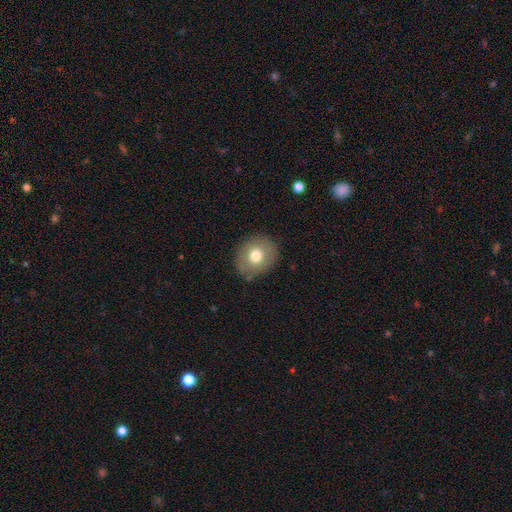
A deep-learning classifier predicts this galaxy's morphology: smooth 72%, featured or disk 20%, star or artifact 9%. Down the decision tree: how rounded — round (69%); merging — none (85%).